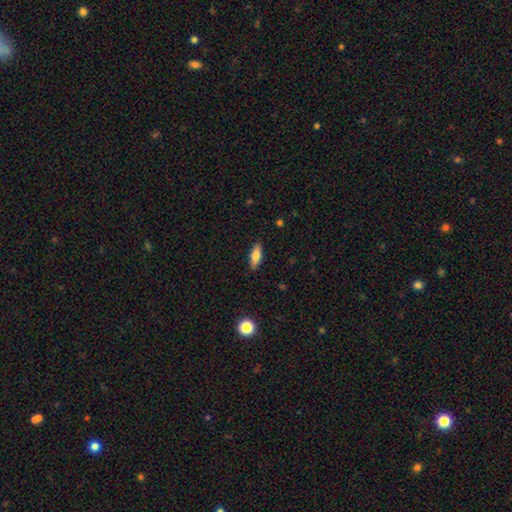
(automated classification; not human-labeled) This is likely a smooth galaxy (74%). How rounded: possibly in between (56%). Merging: clearly none (88%).